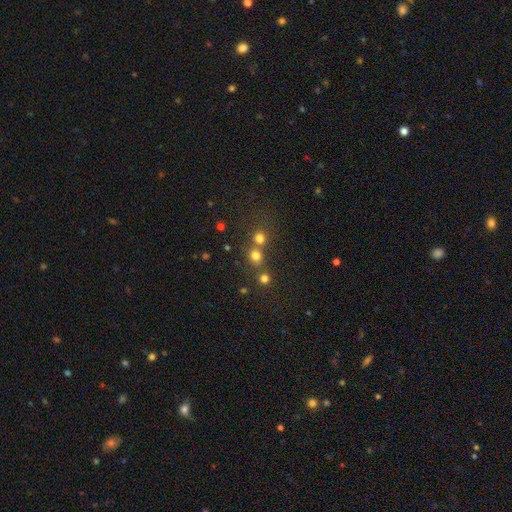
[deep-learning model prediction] smooth_or_featured: smooth (p=0.72) [alt: star or artifact p=0.20]
how_rounded: round (p=0.86) [alt: in between p=0.13]
merging: none (p=0.53) [alt: merger p=0.37]